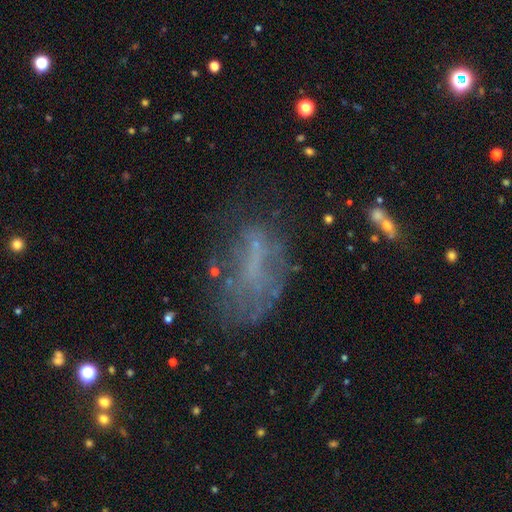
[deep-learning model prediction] Smooth or featured? Predicted: featured or disk (p=0.41). Merging? Predicted: none (p=0.42).